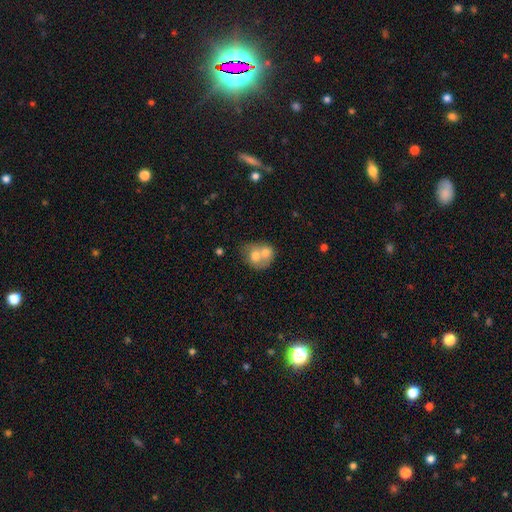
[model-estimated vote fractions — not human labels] Smooth or featured: smooth — 62% (featured or disk — 30%)
How rounded: round — 62% (in between — 37%)
Merging: merger — 68% (none — 21%)